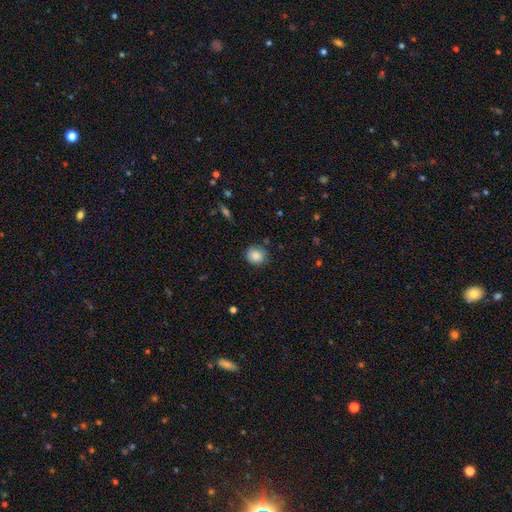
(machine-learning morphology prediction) Q: Smooth or featured?
A: smooth (86%); runner-up: star or artifact (9%)
Q: How rounded?
A: round (81%); runner-up: in between (18%)
Q: Merging?
A: none (85%); runner-up: minor disturbance (11%)